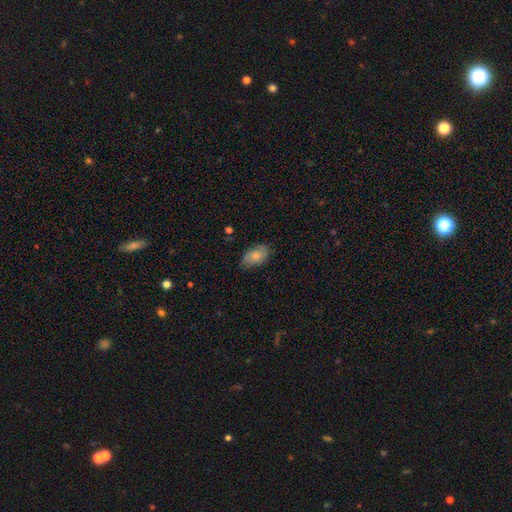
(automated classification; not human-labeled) Q: Smooth or featured?
A: smooth (68%); runner-up: featured or disk (25%)
Q: How rounded?
A: in between (91%); runner-up: round (7%)
Q: Merging?
A: none (71%); runner-up: minor disturbance (24%)